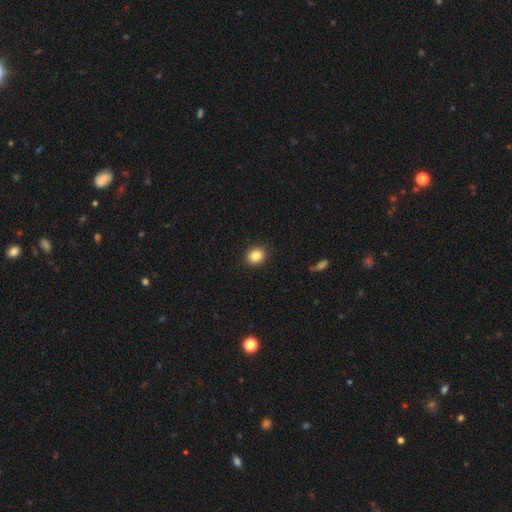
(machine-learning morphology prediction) This appears to be a smooth galaxy with no disk features (85%) that is round (74%). Merging: none (90%).